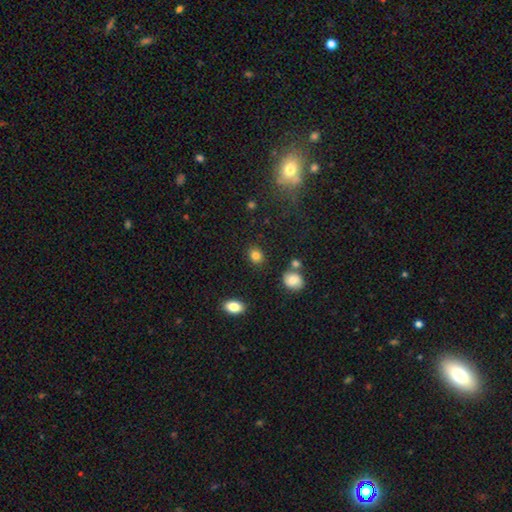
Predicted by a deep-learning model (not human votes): Morphology: type=smooth (84%); roundness=round (55%); merging=none (85%).